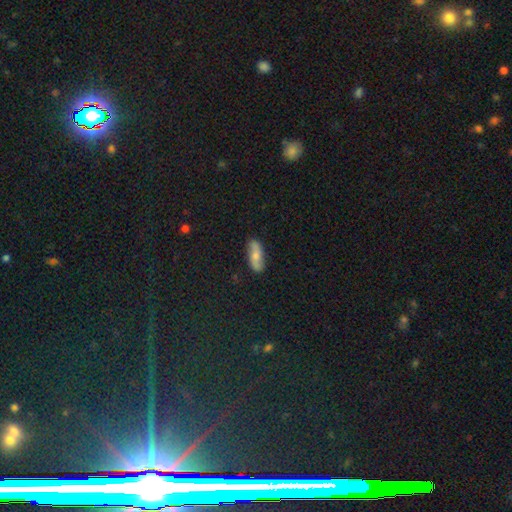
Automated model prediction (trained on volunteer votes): Smooth or featured: smooth — 56% (featured or disk — 37%)
How rounded: in between — 72% (cigar-shaped — 25%)
Merging: none — 83% (minor disturbance — 13%)